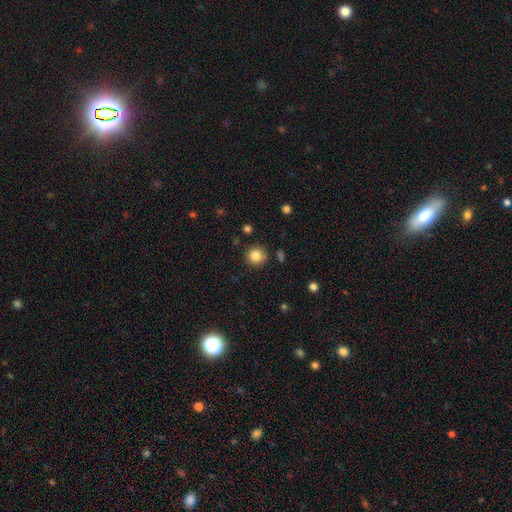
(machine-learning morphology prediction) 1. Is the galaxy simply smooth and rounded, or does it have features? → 84% smooth, 11% star or artifact, 5% featured or disk.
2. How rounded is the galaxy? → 93% round, 6% in between, 1% cigar-shaped.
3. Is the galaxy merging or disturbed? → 87% none, 8% minor disturbance, 3% merger, 2% major disturbance.